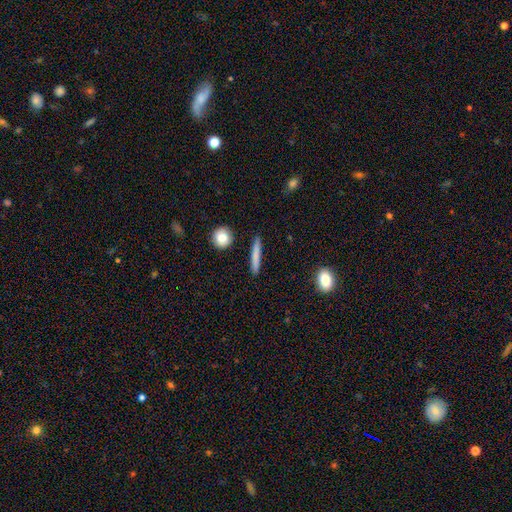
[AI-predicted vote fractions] Smooth or featured?
  - smooth: 74% *
  - featured or disk: 20%
  - star or artifact: 6%
How rounded?
  - cigar-shaped: 92% *
  - in between: 5%
  - round: 3%
Merging?
  - none: 89% *
  - minor disturbance: 7%
  - major disturbance: 2%
  - merger: 2%